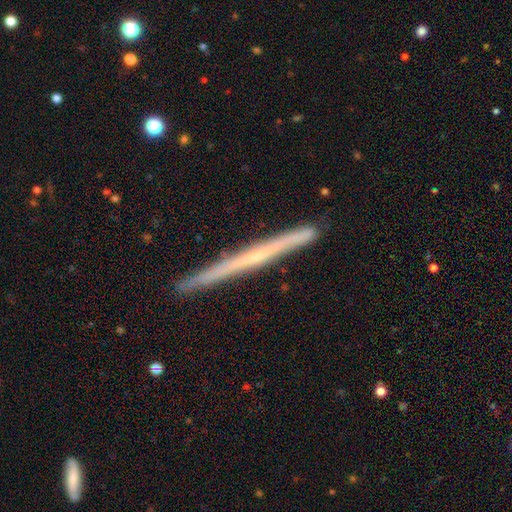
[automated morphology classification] This appears to be a featured or disk galaxy (60%) viewed edge-on (98%) with no central bulge (85%). Merging: none (91%).